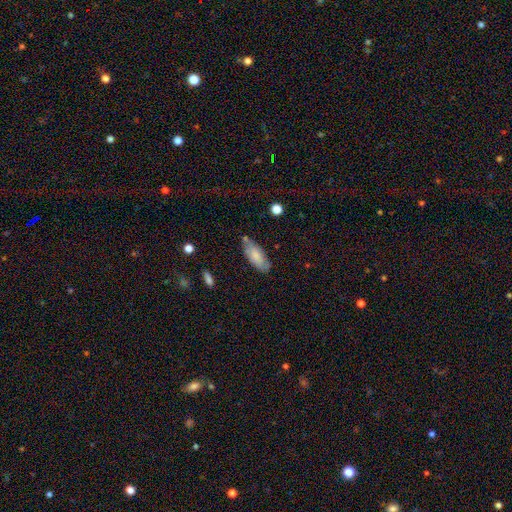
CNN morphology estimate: This appears to be a smooth galaxy with no disk features (74%) that is in between round and cigar-shaped (81%). Merging: none (68%).